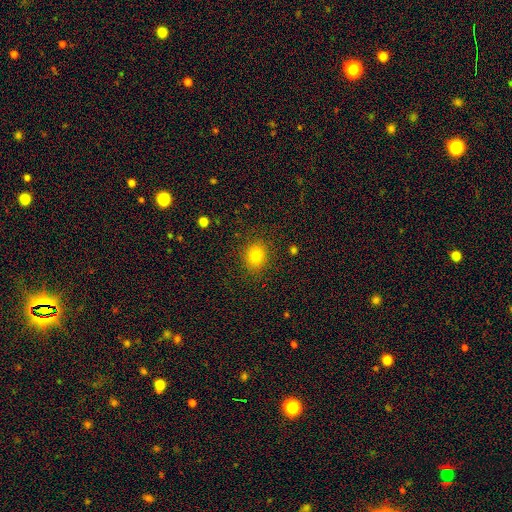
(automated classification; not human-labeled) Morphology: type=smooth (81%); roundness=round (63%); merging=none (87%).